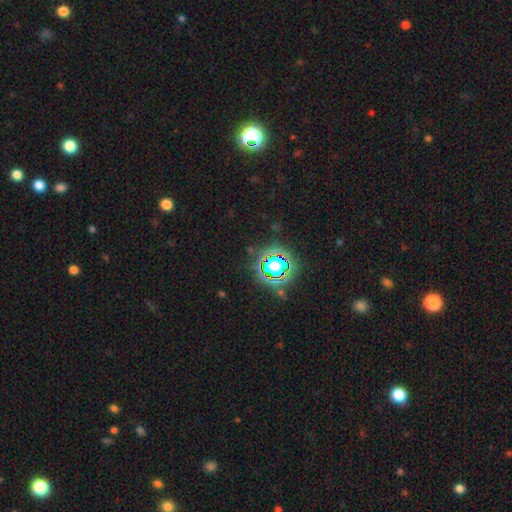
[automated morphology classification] The model was most divided on "smooth or featured": star or artifact: 79%, smooth: 14%, featured or disk: 8%.